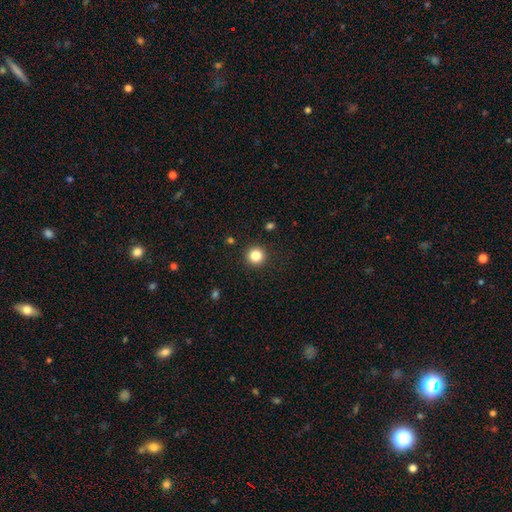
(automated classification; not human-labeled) A smooth galaxy with no disk features (83%) that is round (95%).

Vote fractions:
- Smooth or featured? smooth: 83% / star or artifact: 12% / featured or disk: 5%
- How rounded? round: 95% / in between: 4% / cigar-shaped: 1%
- Merging? none: 92% / minor disturbance: 5% / major disturbance: 2% / merger: 1%